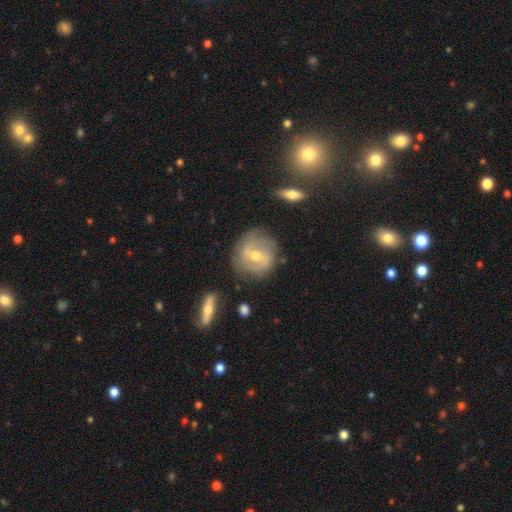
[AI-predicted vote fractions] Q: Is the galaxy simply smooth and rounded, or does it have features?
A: featured or disk — 70%.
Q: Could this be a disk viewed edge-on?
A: no — 94%.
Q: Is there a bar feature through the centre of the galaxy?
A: weak — 47%.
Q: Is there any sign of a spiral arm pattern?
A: yes — 81%.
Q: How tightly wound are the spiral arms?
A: tight — 41%.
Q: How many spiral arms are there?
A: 2 — 66%.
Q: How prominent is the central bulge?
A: moderate — 60%.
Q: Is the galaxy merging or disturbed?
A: none — 76%.